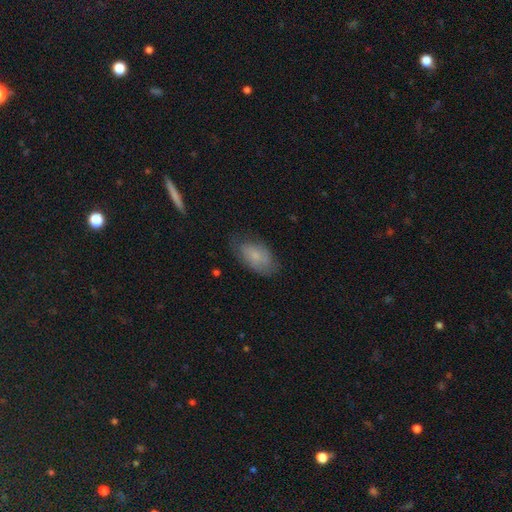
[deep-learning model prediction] Morphology: type=smooth (72%); roundness=in between (92%); merging=none (66%).